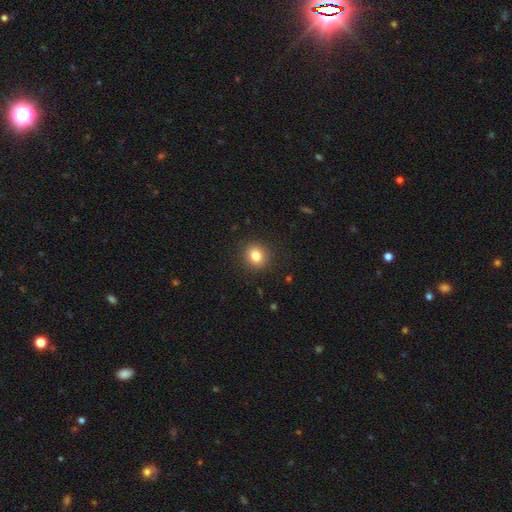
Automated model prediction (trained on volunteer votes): Smooth or featured? Predicted: smooth (p=0.82). How rounded? Predicted: round (p=0.83). Merging? Predicted: none (p=0.90).